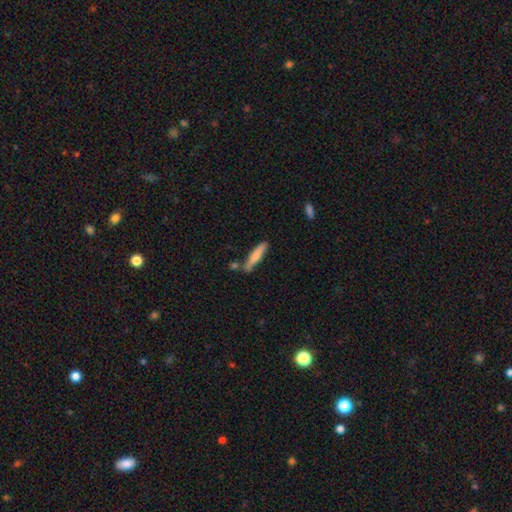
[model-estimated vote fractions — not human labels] Smooth or featured? smooth (69%)
How rounded? cigar-shaped (86%)
Merging? none (72%)